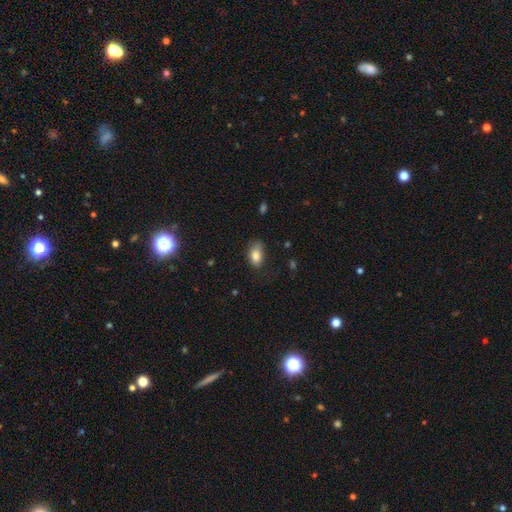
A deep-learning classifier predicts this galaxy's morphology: Smooth or featured? Predicted: smooth (p=0.83). How rounded? Predicted: in between (p=0.89). Merging? Predicted: none (p=0.65).